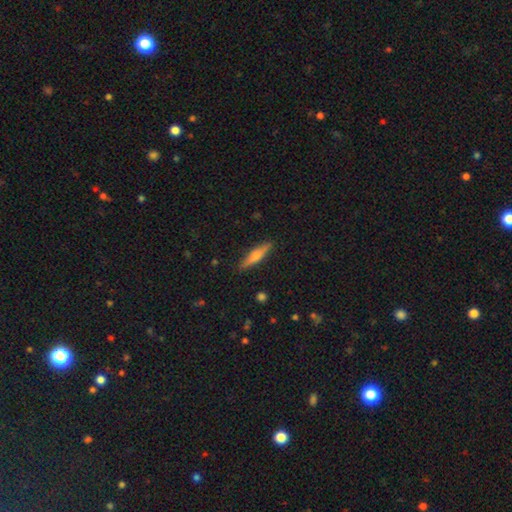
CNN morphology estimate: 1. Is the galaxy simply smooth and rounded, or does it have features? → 47% smooth (tied), 47% featured or disk (tied), 6% star or artifact.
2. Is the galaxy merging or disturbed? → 89% none, 8% minor disturbance, 2% major disturbance, 1% merger.